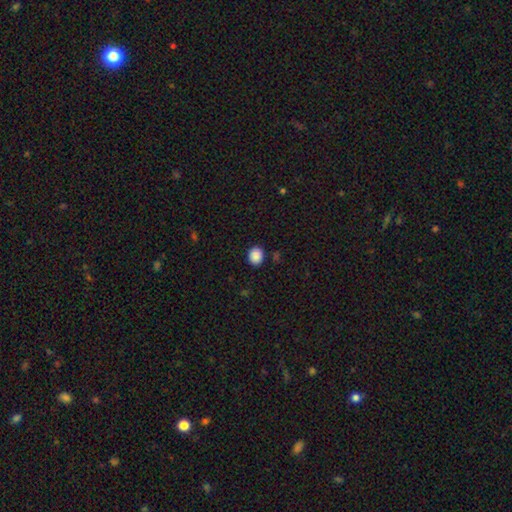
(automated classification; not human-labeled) Smooth or featured: smooth — 88% (star or artifact — 9%)
How rounded: round — 69% (in between — 30%)
Merging: none — 88% (minor disturbance — 8%)